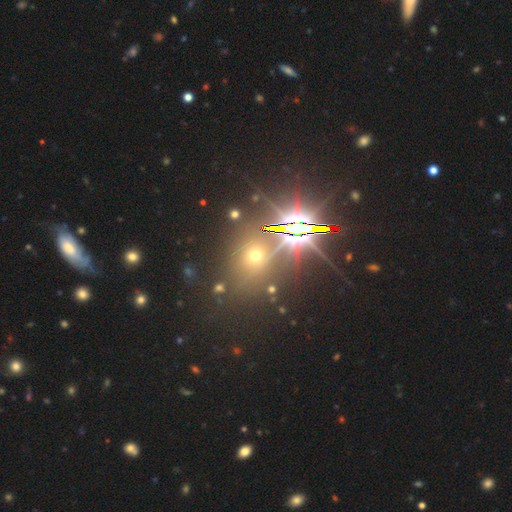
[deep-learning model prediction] Smooth or featured? Predicted: star or artifact (p=0.50).